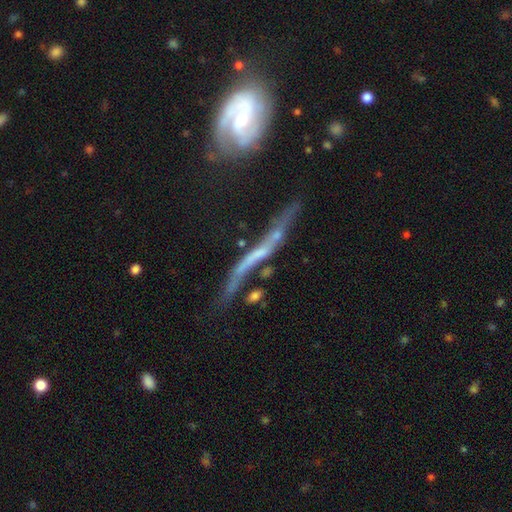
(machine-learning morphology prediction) smooth_or_featured: featured or disk (p=0.63) [alt: smooth p=0.23]
disk_edge_on: yes (p=0.66) [alt: no p=0.34]
merging: none (p=0.40) [alt: merger p=0.21]